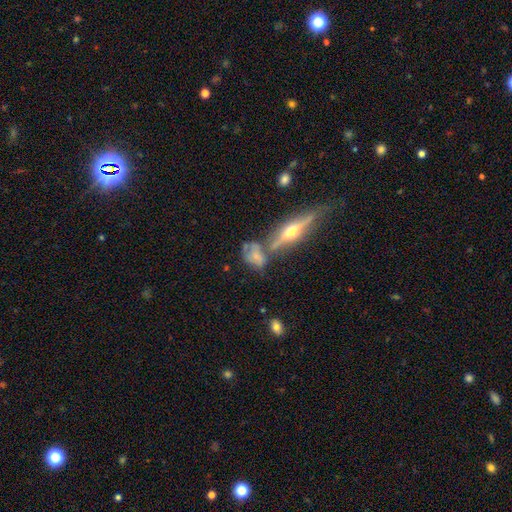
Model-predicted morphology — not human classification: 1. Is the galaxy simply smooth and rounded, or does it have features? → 46% featured or disk, 43% smooth, 11% star or artifact.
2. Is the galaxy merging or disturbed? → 38% none, 33% merger, 18% minor disturbance, 11% major disturbance.